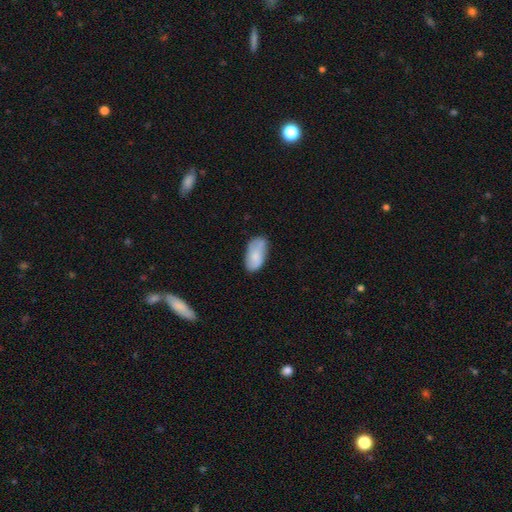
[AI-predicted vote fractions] smooth-or-featured: smooth: 76% | featured or disk: 18% | star or artifact: 7%
  how-rounded: in between: 94% | cigar-shaped: 3% | round: 3%
  merging: none: 63% | minor disturbance: 28% | major disturbance: 6% | merger: 3%